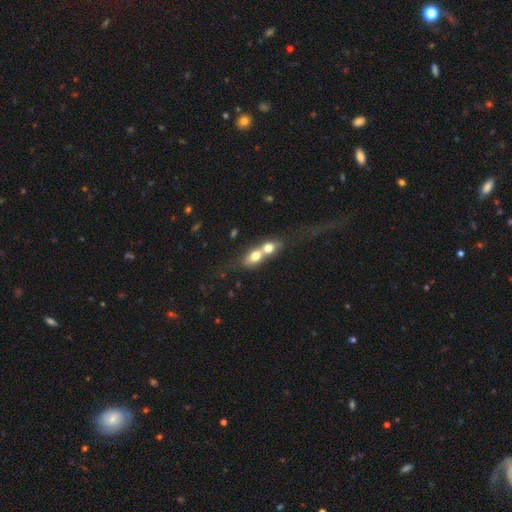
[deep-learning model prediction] Smooth or featured? Predicted: smooth (p=0.65). How rounded? Predicted: in between (p=0.60). Merging? Predicted: merger (p=0.77).